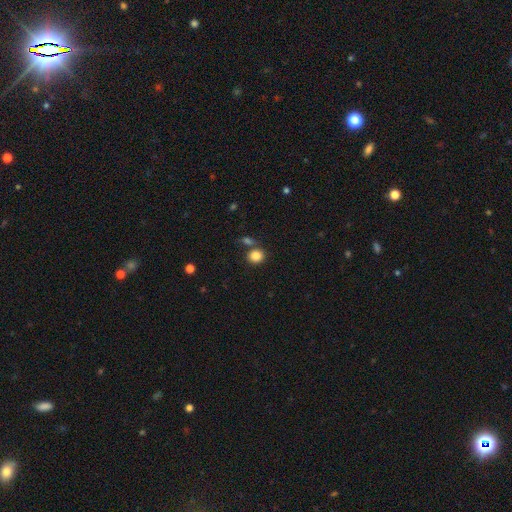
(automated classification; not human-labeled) Smooth or featured: smooth — 85% (star or artifact — 10%)
How rounded: round — 79% (in between — 20%)
Merging: none — 71% (merger — 16%)